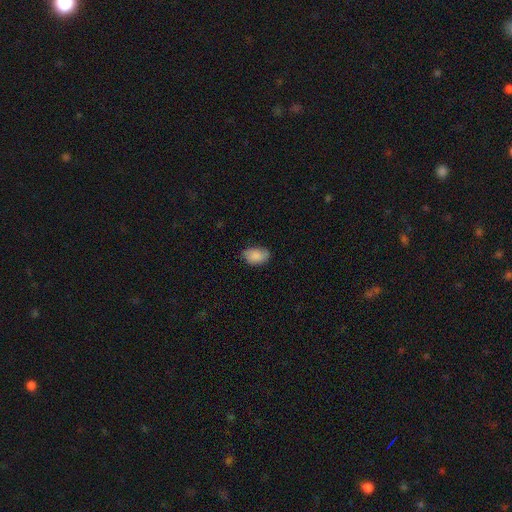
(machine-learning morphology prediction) A smooth galaxy with no disk features (85%) that is in between round and cigar-shaped (90%). Merging: none (71%).